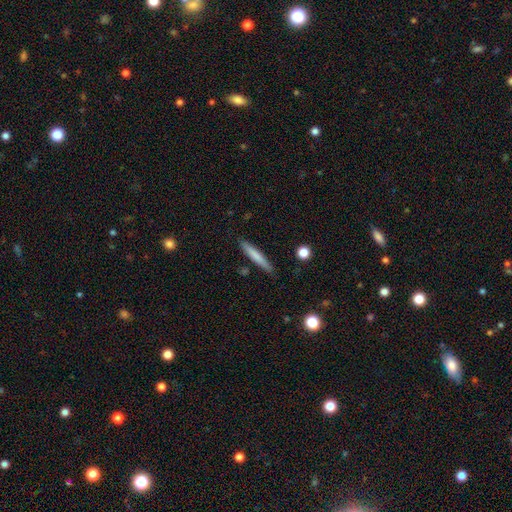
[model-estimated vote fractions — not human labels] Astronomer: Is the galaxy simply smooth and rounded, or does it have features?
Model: smooth — 73%.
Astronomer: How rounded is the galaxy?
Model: cigar-shaped — 94%.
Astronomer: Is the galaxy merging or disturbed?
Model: none — 87%.